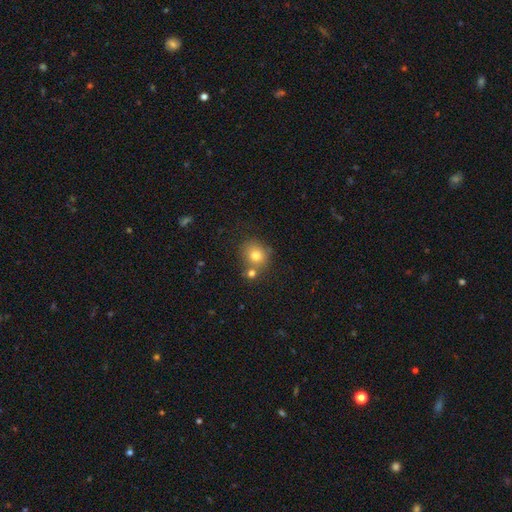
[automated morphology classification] Overall: smooth (77%). How rounded: round (76%). Merging: none (61%; merger 23%).